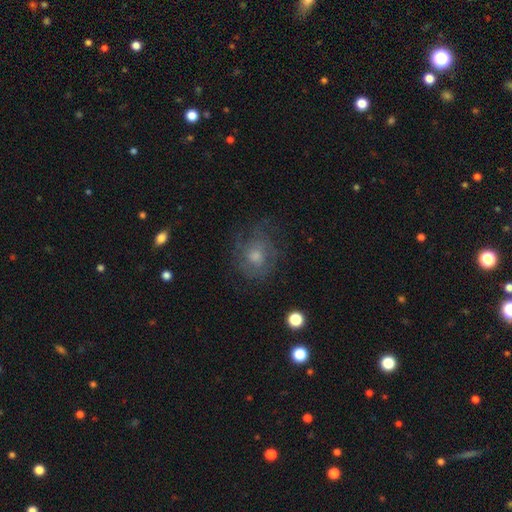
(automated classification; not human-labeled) Smooth or featured? featured or disk (53%)
Edge-on disk? no (96%)
Bar? no (79%)
Spiral arms? yes (78%)
Bulge size? moderate (53%)
Merging? none (68%)